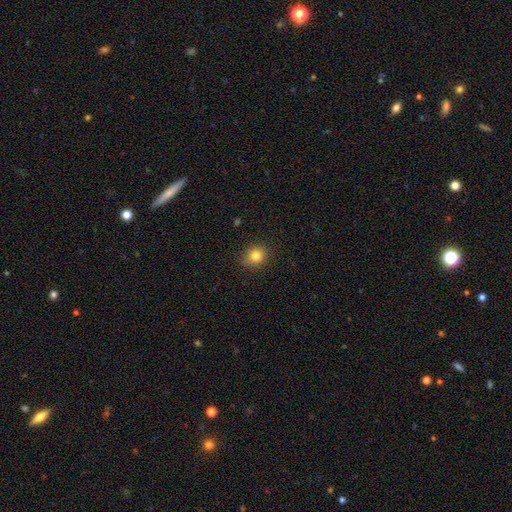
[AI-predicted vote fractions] A smooth galaxy with no disk features (81%) that is round (74%). Merging: none (87%).